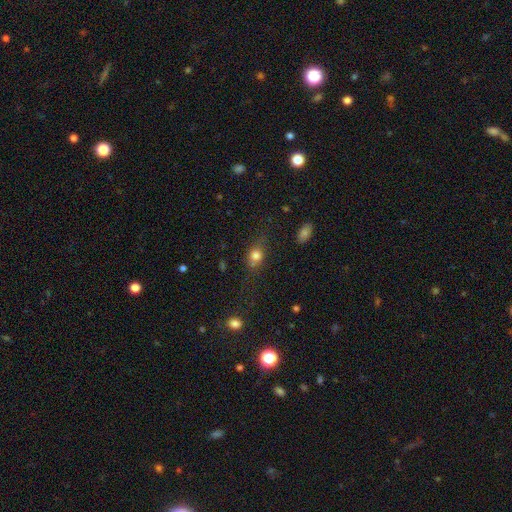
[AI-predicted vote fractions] A smooth galaxy with no disk features (75%) that is round (58%).

Vote fractions:
- Smooth or featured? smooth: 75% / star or artifact: 13% / featured or disk: 12%
- How rounded? round: 58% / in between: 38% / cigar-shaped: 3%
- Merging? none: 61% / minor disturbance: 21% / major disturbance: 9% / merger: 9%